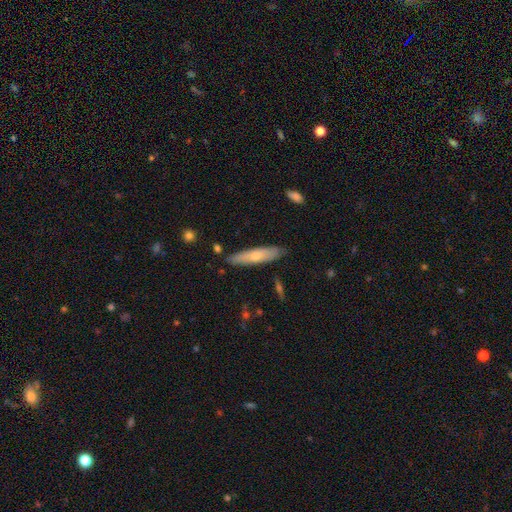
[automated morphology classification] The model was most divided on "smooth or featured": smooth: 60%, featured or disk: 35%, star or artifact: 6%. More confident: merging — none (83%); how rounded — cigar-shaped (79%).